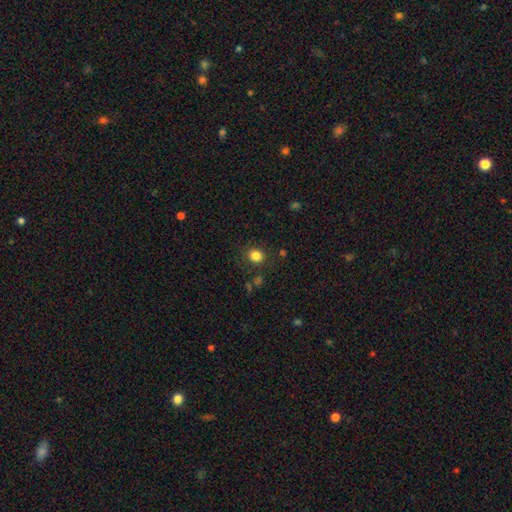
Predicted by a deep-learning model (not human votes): smooth-or-featured: smooth: 83% | star or artifact: 12% | featured or disk: 5%
  how-rounded: round: 79% | in between: 21% | cigar-shaped: 1%
  merging: none: 84% | minor disturbance: 10% | major disturbance: 4% | merger: 2%